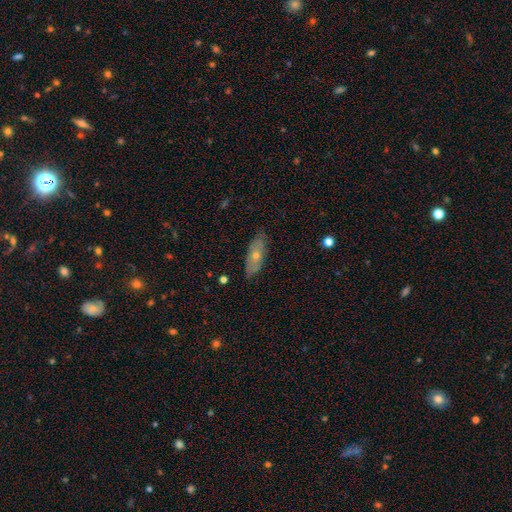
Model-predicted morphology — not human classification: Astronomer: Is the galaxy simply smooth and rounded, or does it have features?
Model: smooth — 50% (runner-up: featured or disk, 44%).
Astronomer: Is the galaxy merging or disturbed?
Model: none — 80%.